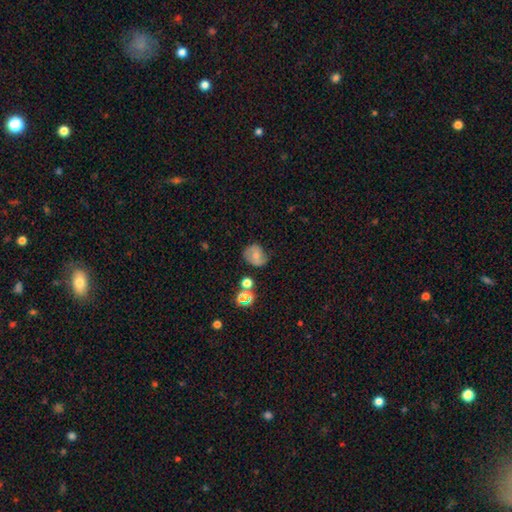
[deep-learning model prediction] Smooth or featured? smooth (46%)
Merging? none (63%)